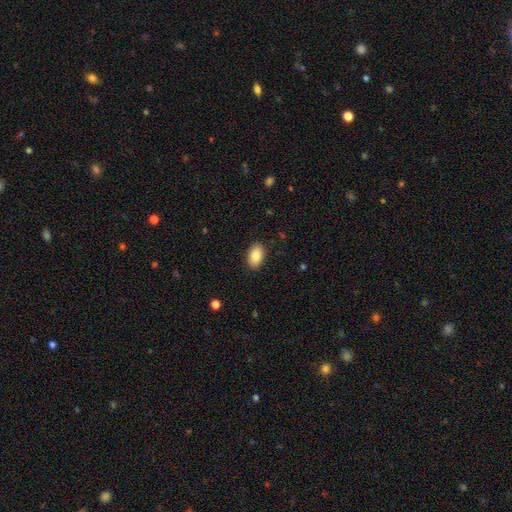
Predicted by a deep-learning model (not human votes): Smooth or featured: smooth — 86% (star or artifact — 7%)
How rounded: in between — 92% (round — 7%)
Merging: none — 89% (minor disturbance — 8%)